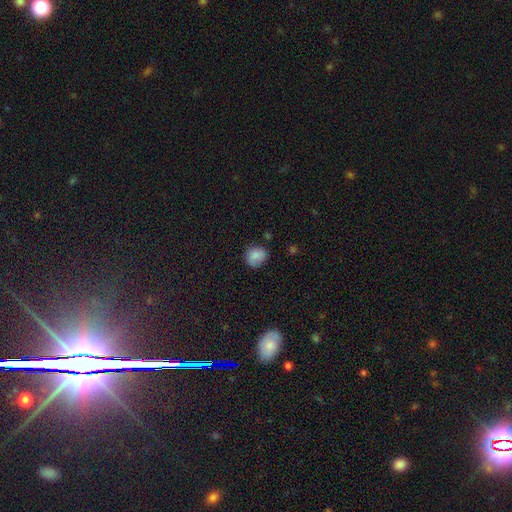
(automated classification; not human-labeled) smooth 84%, star or artifact 9%, featured or disk 7%. Down the decision tree: how rounded — round (78%); merging — none (74%).